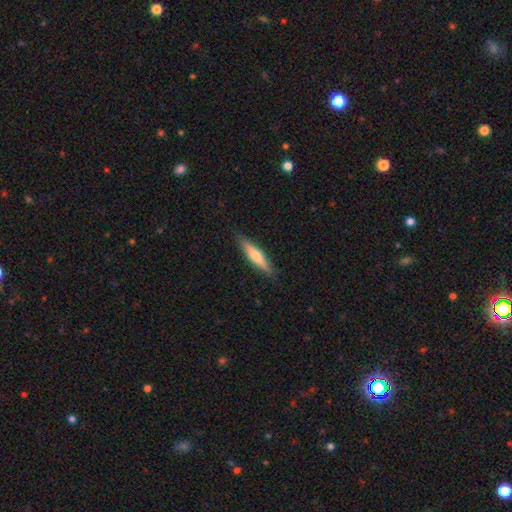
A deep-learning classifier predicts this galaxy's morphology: A smooth galaxy with no disk features (56%) that is cigar-shaped (82%).

Vote fractions:
- Smooth or featured? smooth: 56% / featured or disk: 39% / star or artifact: 6%
- How rounded? cigar-shaped: 82% / in between: 16% / round: 2%
- Merging? none: 88% / minor disturbance: 9% / major disturbance: 2% / merger: 1%